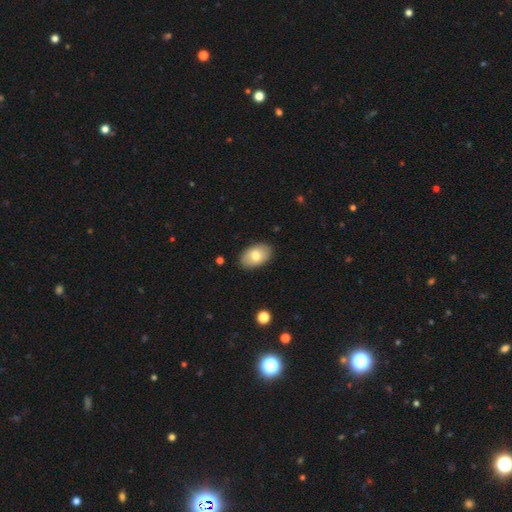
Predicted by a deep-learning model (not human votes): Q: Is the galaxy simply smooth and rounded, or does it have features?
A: smooth — 75%.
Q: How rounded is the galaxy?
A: in between — 92%.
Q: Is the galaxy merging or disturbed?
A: none — 87%.